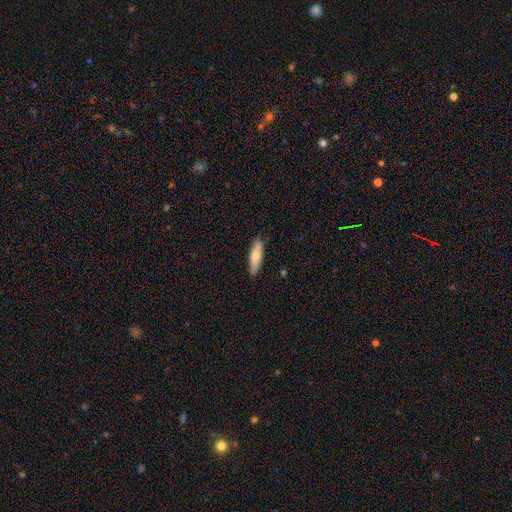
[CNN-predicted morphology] A smooth galaxy with no disk features (74%) that is cigar-shaped (65%). Merging: none (82%).